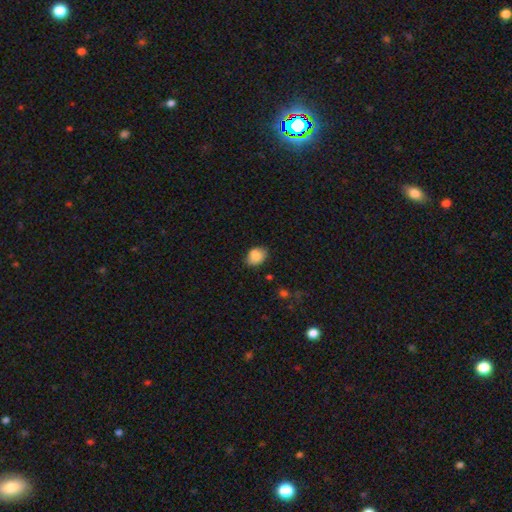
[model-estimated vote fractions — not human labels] Smooth or featured?
  - smooth: 81% *
  - featured or disk: 11%
  - star or artifact: 8%
How rounded?
  - in between: 68% *
  - round: 30%
  - cigar-shaped: 1%
Merging?
  - none: 68% *
  - minor disturbance: 21%
  - merger: 7%
  - major disturbance: 4%